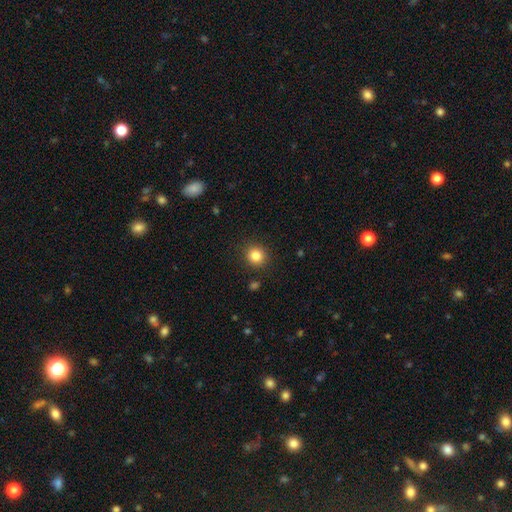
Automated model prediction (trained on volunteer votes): Smooth or featured? smooth (83%)
How rounded? round (87%)
Merging? none (89%)